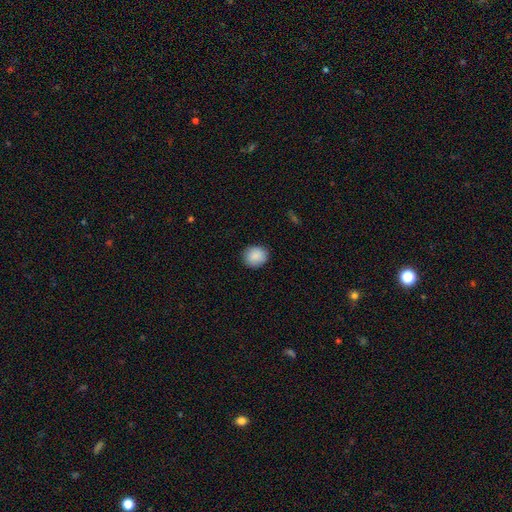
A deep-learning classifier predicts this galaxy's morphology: Smooth or featured? smooth (89%)
How rounded? round (74%)
Merging? none (89%)